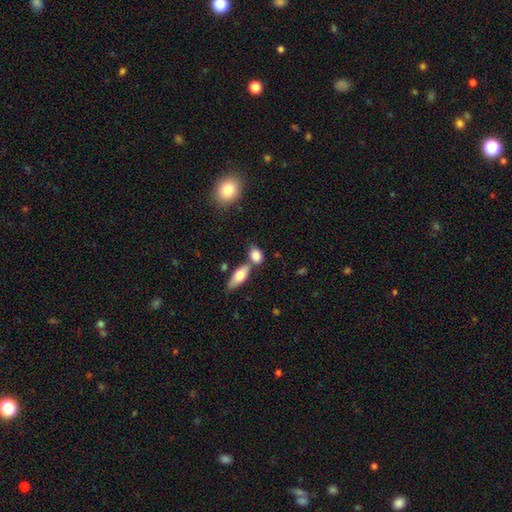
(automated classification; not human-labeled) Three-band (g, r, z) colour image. It shows a smooth galaxy with no disk features (82%) that is in between round and cigar-shaped (75%). Merging: none (44%).